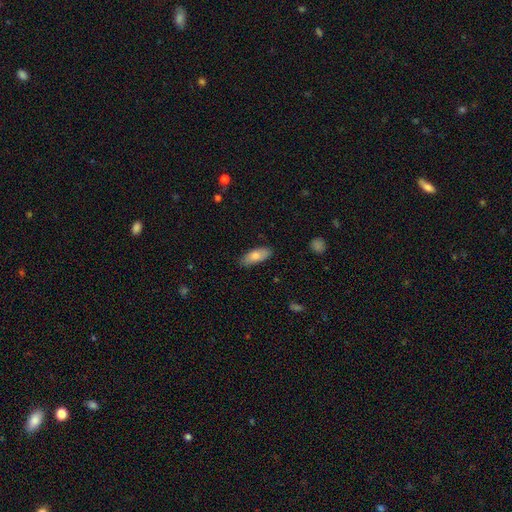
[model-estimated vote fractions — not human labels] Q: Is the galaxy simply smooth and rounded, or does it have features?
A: smooth — 78%.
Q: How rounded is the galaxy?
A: in between — 81%.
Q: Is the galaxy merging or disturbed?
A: none — 84%.